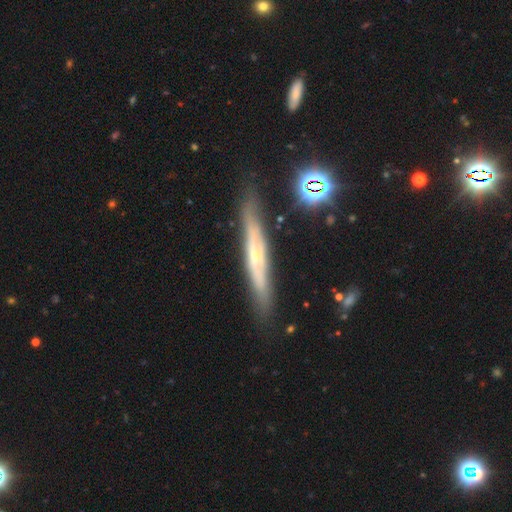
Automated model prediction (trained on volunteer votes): A featured or disk galaxy (68%) viewed edge-on (85%) with a rounded central bulge (54%). Merging: none (82%).